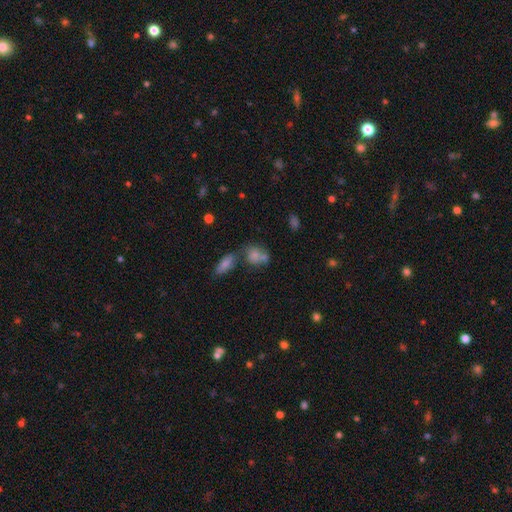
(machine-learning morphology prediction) The model was most divided on "merging": merger: 43%, none: 36%, minor disturbance: 14%, major disturbance: 7%. More confident: smooth or featured — smooth (75%); how rounded — round (53%).